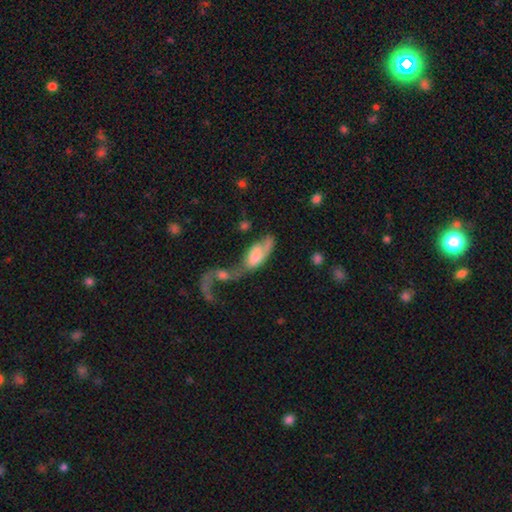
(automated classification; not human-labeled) This appears to be a smooth galaxy with no disk features (49%). Merging: merger (61%).